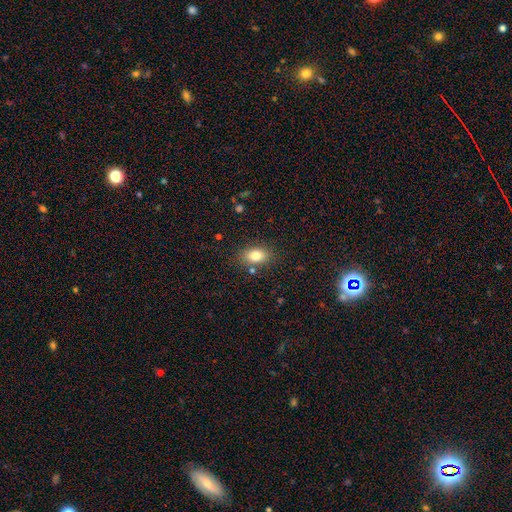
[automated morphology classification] Smooth or featured?
  - smooth: 81% *
  - star or artifact: 9%
  - featured or disk: 9%
How rounded?
  - in between: 83% *
  - round: 15%
  - cigar-shaped: 2%
Merging?
  - none: 82% *
  - minor disturbance: 11%
  - merger: 4%
  - major disturbance: 3%